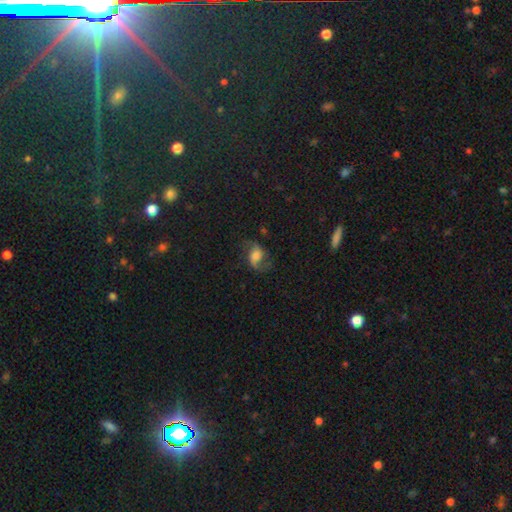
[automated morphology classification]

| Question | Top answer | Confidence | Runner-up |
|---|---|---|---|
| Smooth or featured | featured or disk | 60% | smooth (30%) |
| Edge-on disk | no | 96% | yes (4%) |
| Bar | no | 48% | weak (38%) |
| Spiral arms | yes | 91% | no (9%) |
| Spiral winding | loose | 61% | medium (32%) |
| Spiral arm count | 2 | 87% | 1 (6%) |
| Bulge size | moderate | 36% | large (33%) |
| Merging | none | 64% | minor disturbance (19%) |